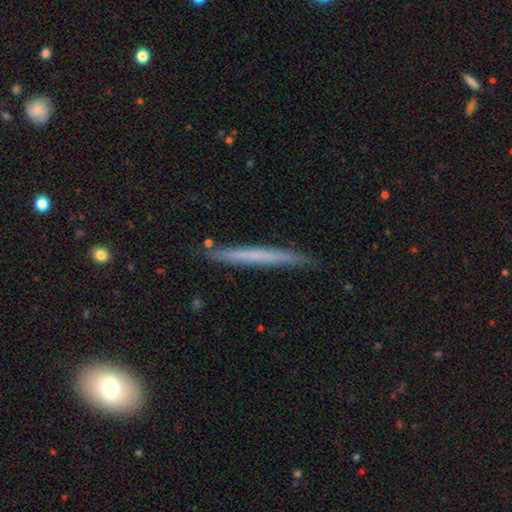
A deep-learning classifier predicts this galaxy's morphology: Smooth or featured?
  - smooth: 51% *
  - featured or disk: 43%
  - star or artifact: 6%
How rounded?
  - cigar-shaped: 97% *
  - in between: 2%
  - round: 1%
Merging?
  - none: 88% *
  - minor disturbance: 9%
  - major disturbance: 1%
  - merger: 1%